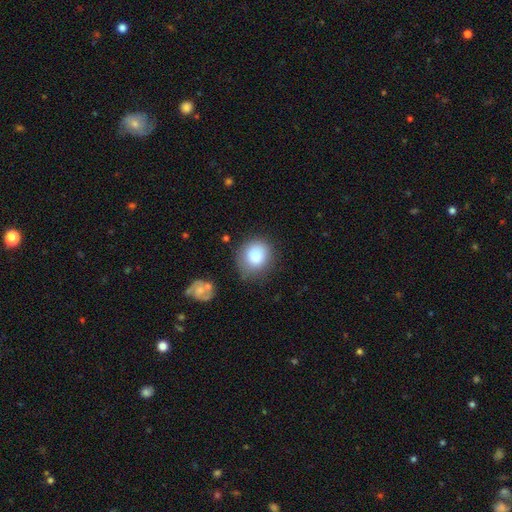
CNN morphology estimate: Smooth or featured?
  - smooth: 85% *
  - star or artifact: 8%
  - featured or disk: 8%
How rounded?
  - round: 77% *
  - in between: 22%
  - cigar-shaped: 1%
Merging?
  - none: 67% *
  - minor disturbance: 22%
  - major disturbance: 7%
  - merger: 4%